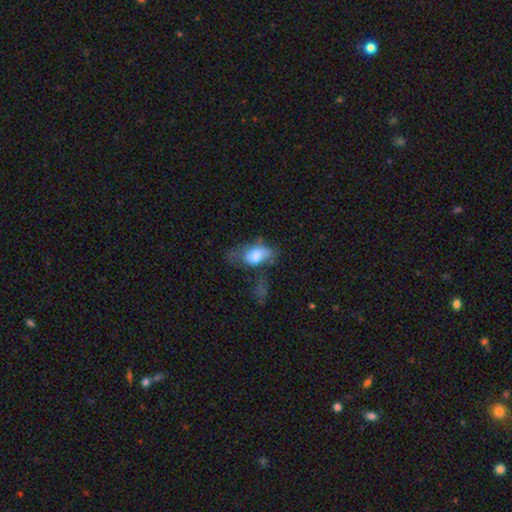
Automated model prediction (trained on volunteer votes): This appears to be a smooth galaxy with no disk features (68%) that is in between round and cigar-shaped (89%). Merging: major disturbance (37%).